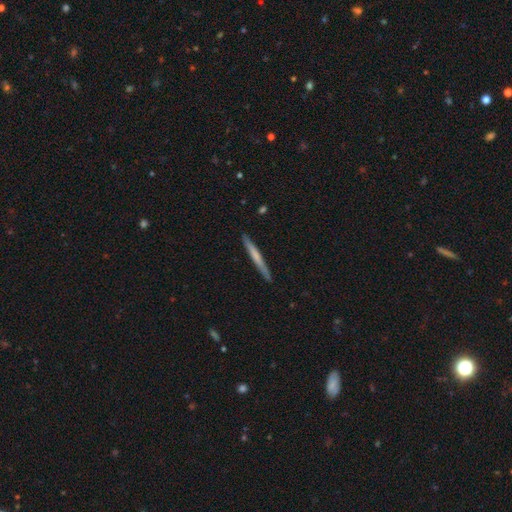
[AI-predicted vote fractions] This appears to be a smooth galaxy with no disk features (54%) that is cigar-shaped (97%). Merging: none (89%).